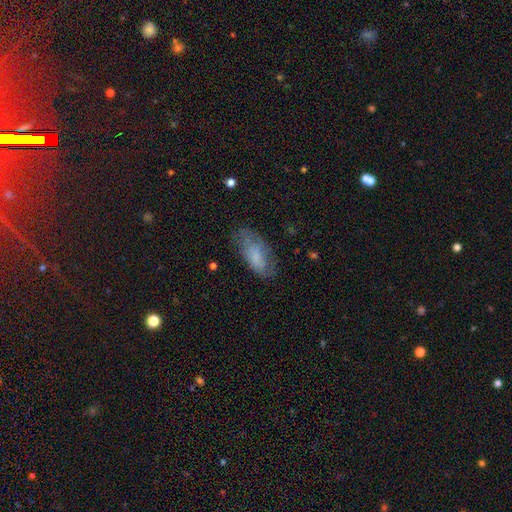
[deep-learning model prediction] smooth_or_featured: smooth (p=0.66) [alt: featured or disk p=0.26]
how_rounded: in between (p=0.87) [alt: cigar-shaped p=0.11]
merging: none (p=0.61) [alt: minor disturbance p=0.26]